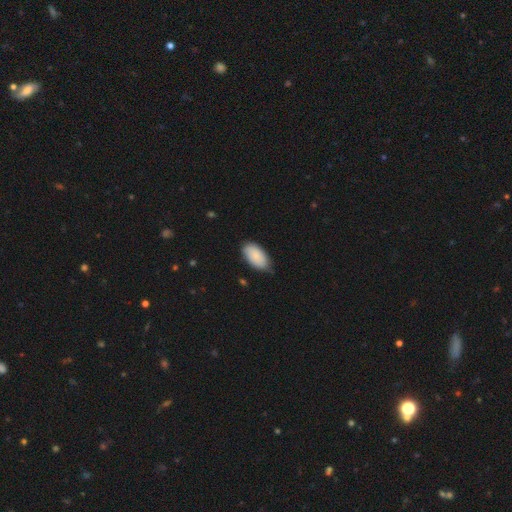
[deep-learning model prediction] Morphology: type=smooth (84%); roundness=in between (95%); merging=none (73%).